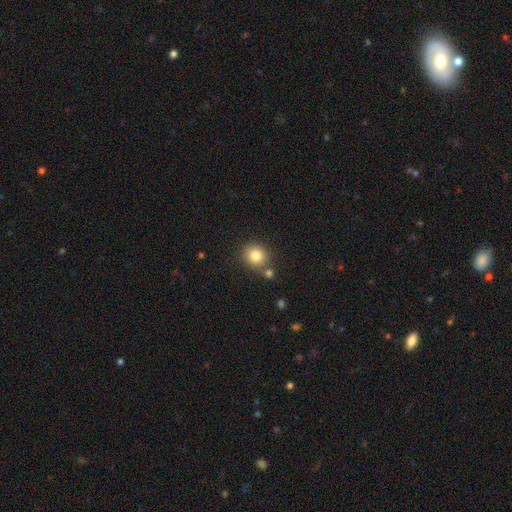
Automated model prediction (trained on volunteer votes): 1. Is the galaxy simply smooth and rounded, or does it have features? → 82% smooth, 11% star or artifact, 8% featured or disk.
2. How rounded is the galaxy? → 86% round, 14% in between, 1% cigar-shaped.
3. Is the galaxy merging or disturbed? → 74% none, 13% merger, 10% minor disturbance, 3% major disturbance.